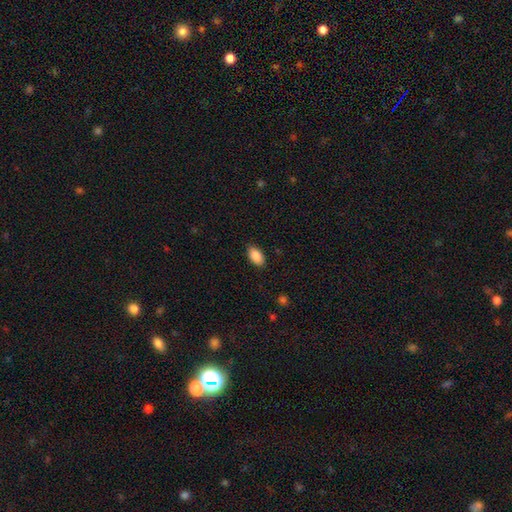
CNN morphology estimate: A smooth galaxy with no disk features (89%) that is in between round and cigar-shaped (94%).

Vote fractions:
- Smooth or featured? smooth: 89% / star or artifact: 7% / featured or disk: 4%
- How rounded? in between: 94% / round: 4% / cigar-shaped: 2%
- Merging? none: 86% / minor disturbance: 10% / major disturbance: 2% / merger: 1%